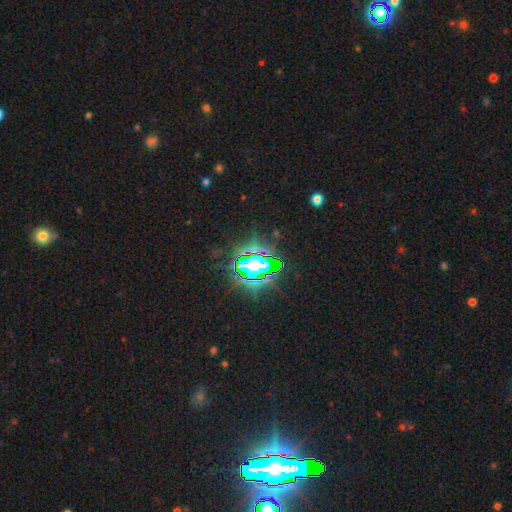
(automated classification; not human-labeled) Smooth or featured? Predicted: star or artifact (p=0.80).